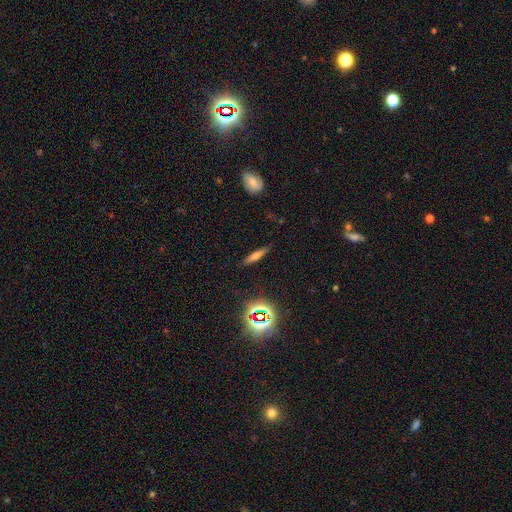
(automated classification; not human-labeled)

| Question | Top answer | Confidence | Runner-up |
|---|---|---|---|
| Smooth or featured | smooth | 54% | featured or disk (31%) |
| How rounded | cigar-shaped | 84% | in between (13%) |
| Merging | none | 86% | minor disturbance (10%) |